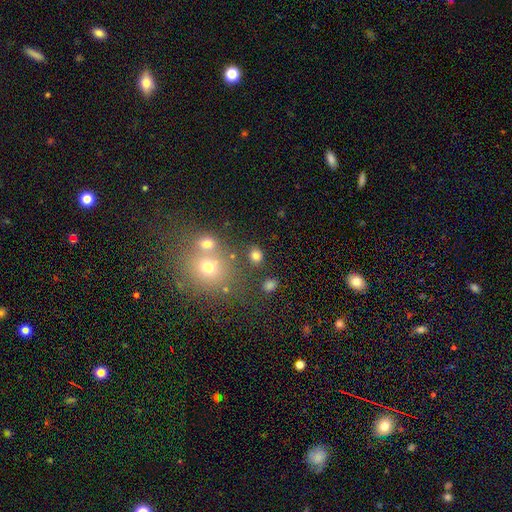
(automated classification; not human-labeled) The model was most divided on "how rounded": round: 61%, in between: 38%, cigar-shaped: 1%. More confident: smooth or featured — smooth (76%); merging — none (75%).